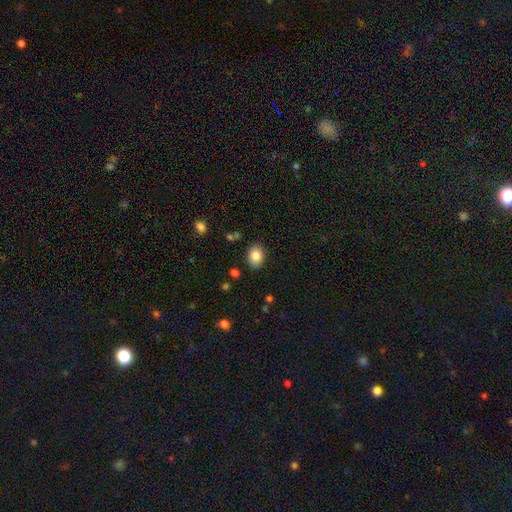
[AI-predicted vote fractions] Smooth or featured?
  - smooth: 84% *
  - star or artifact: 8%
  - featured or disk: 7%
How rounded?
  - in between: 70% *
  - round: 29%
  - cigar-shaped: 1%
Merging?
  - none: 85% *
  - minor disturbance: 11%
  - major disturbance: 2%
  - merger: 2%